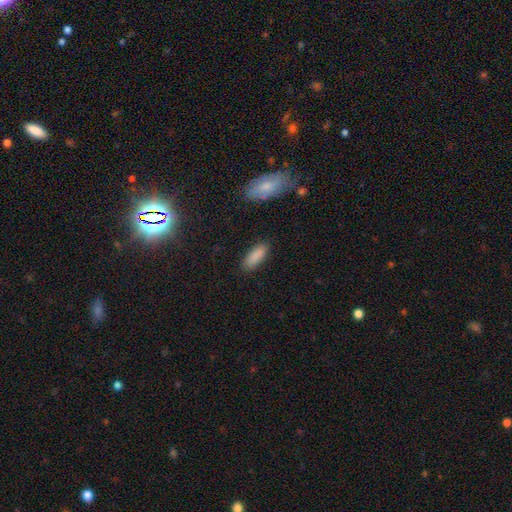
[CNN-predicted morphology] Smooth or featured?
  - smooth: 88% *
  - star or artifact: 7%
  - featured or disk: 5%
How rounded?
  - in between: 68% *
  - cigar-shaped: 30%
  - round: 2%
Merging?
  - none: 86% *
  - minor disturbance: 10%
  - major disturbance: 2%
  - merger: 2%